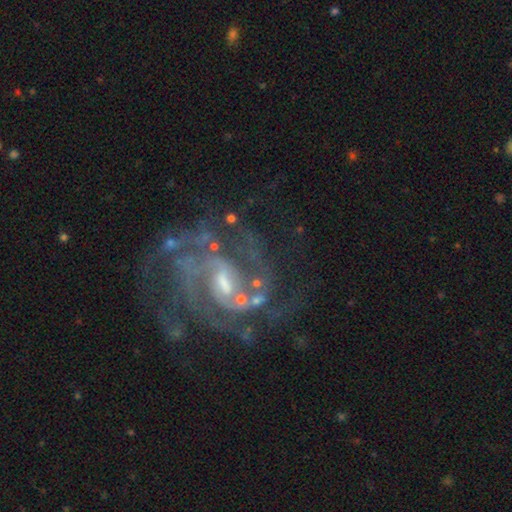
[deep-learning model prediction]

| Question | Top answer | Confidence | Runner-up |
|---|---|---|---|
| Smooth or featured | featured or disk | 90% | star or artifact (7%) |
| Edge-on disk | no | 98% | yes (2%) |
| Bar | weak | 56% | no (24%) |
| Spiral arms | yes | 97% | no (3%) |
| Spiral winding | tight | 46% | medium (45%) |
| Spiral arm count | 2 | 34% | 3 (23%) |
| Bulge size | small | 49% | moderate (41%) |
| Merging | none | 66% | minor disturbance (17%) |